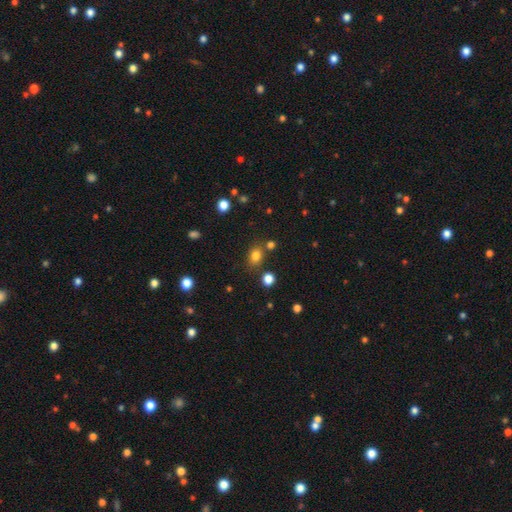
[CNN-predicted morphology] Overall: smooth (79%). How rounded: in between (52%; round 47%). Merging: none (74%).